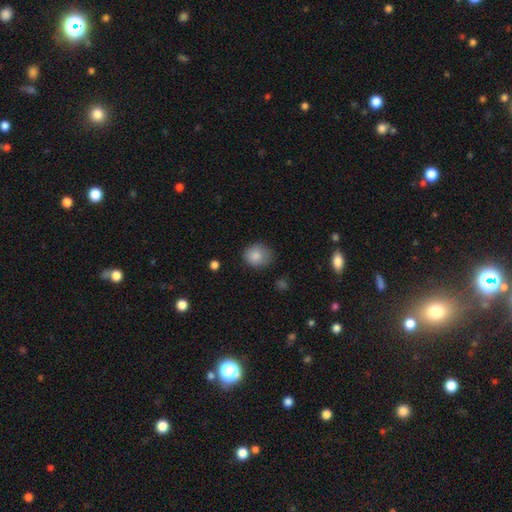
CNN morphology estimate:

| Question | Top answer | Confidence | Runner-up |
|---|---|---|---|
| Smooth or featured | smooth | 85% | star or artifact (9%) |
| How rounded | round | 72% | in between (27%) |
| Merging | none | 74% | minor disturbance (20%) |